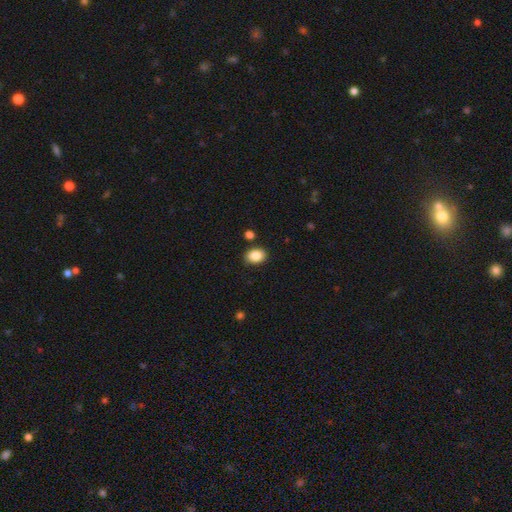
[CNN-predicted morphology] type=smooth (87%); roundness=in between (70%); merging=none (84%).